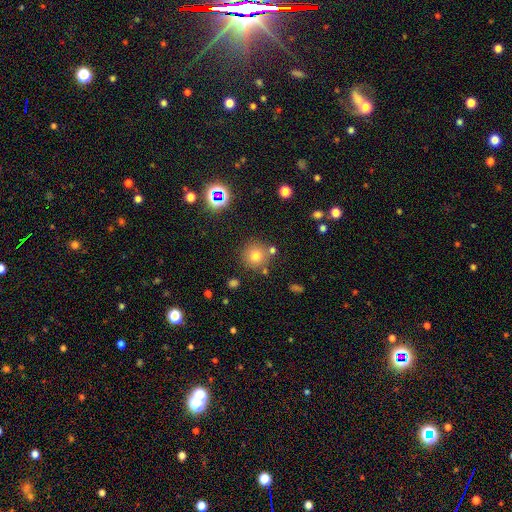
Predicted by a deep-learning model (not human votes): Smooth or featured? Predicted: smooth (p=0.73). How rounded? Predicted: round (p=0.94). Merging? Predicted: none (p=0.79).